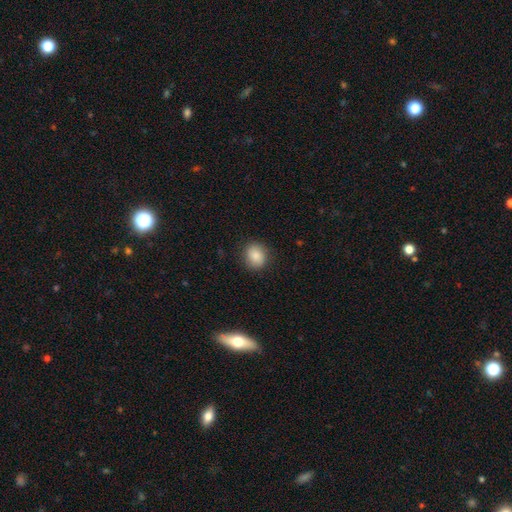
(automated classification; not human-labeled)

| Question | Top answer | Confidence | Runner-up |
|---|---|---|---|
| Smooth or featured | smooth | 85% | star or artifact (9%) |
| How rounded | round | 76% | in between (23%) |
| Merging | none | 87% | minor disturbance (10%) |